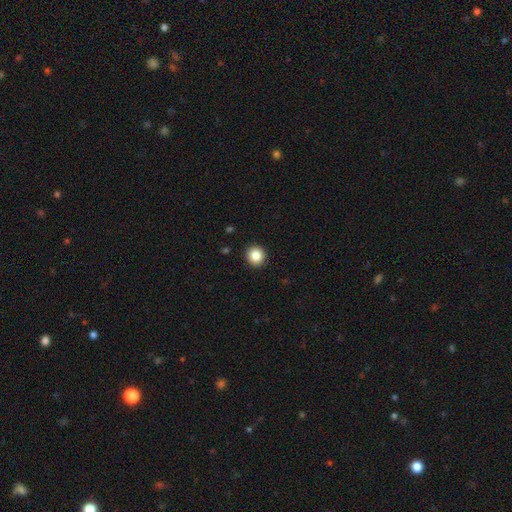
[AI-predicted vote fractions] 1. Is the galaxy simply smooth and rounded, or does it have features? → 85% smooth, 10% star or artifact, 5% featured or disk.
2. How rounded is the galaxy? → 92% round, 7% in between, 1% cigar-shaped.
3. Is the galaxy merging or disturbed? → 93% none, 4% minor disturbance, 1% major disturbance, 1% merger.